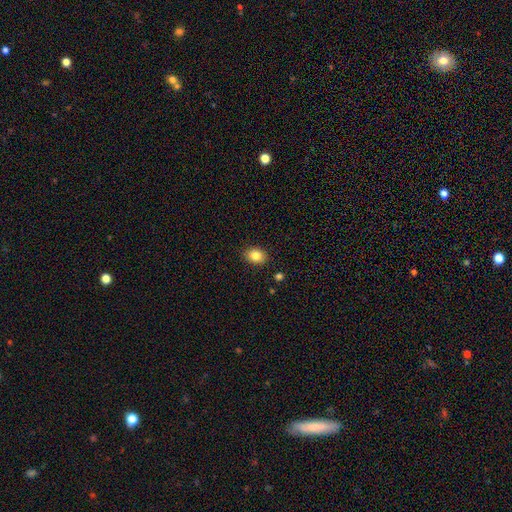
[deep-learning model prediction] Q: Smooth or featured?
A: smooth (83%); runner-up: star or artifact (9%)
Q: How rounded?
A: in between (61%); runner-up: round (38%)
Q: Merging?
A: none (89%); runner-up: minor disturbance (8%)